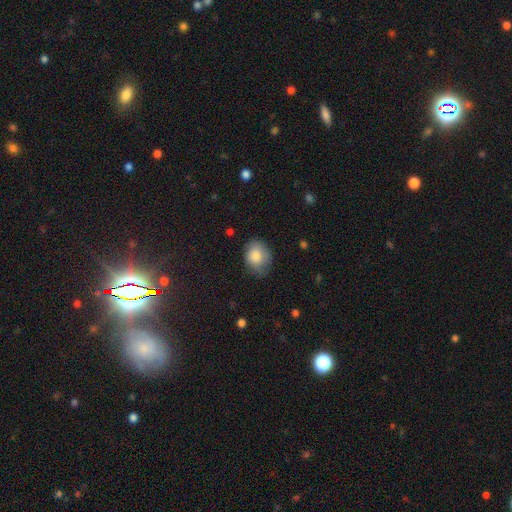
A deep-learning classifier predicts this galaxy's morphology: smooth_or_featured: smooth (p=0.82) [alt: featured or disk p=0.10]
how_rounded: in between (p=0.54) [alt: round p=0.45]
merging: none (p=0.60) [alt: minor disturbance p=0.30]